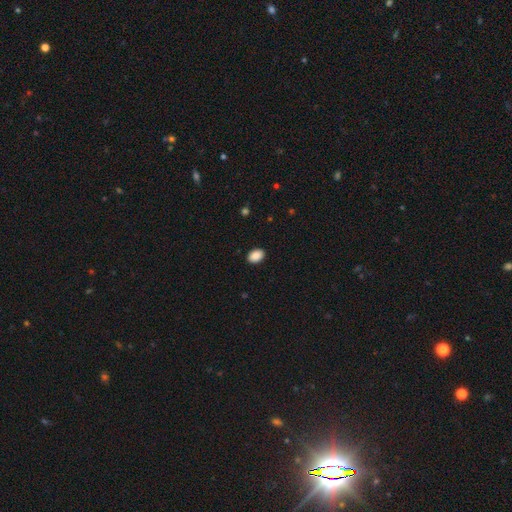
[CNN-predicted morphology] This is clearly a smooth galaxy (90%). How rounded: clearly in between (81%). Merging: clearly none (90%).